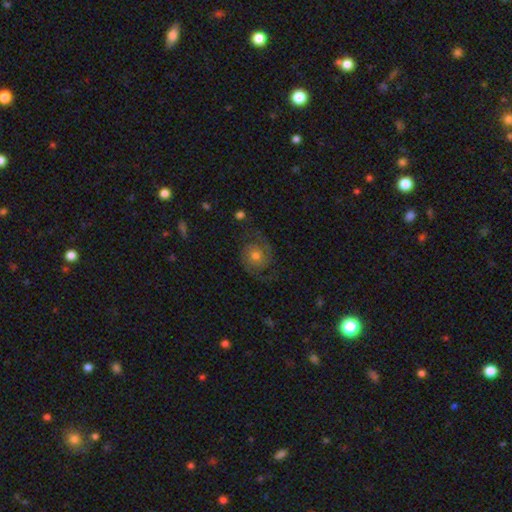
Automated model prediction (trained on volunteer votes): Smooth or featured? Predicted: featured or disk (p=0.76). Edge-on disk? Predicted: no (p=0.98). Bar? Predicted: no (p=0.76). Spiral arms? Predicted: yes (p=0.94). Spiral winding? Predicted: medium (p=0.47). Spiral arm count? Predicted: 2 (p=0.90). Bulge size? Predicted: moderate (p=0.64). Merging? Predicted: none (p=0.71).